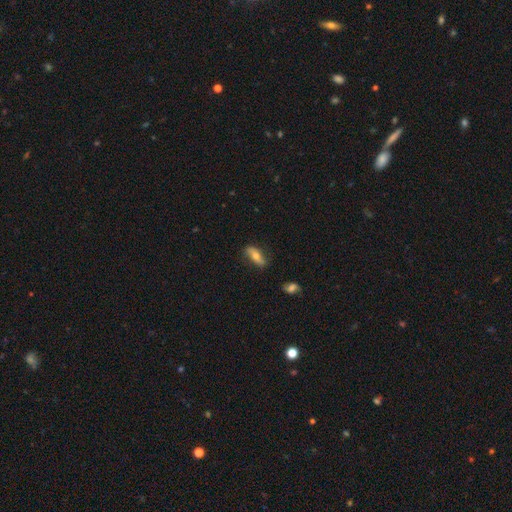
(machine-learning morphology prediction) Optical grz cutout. It shows a smooth galaxy with no disk features (54%) that is in between round and cigar-shaped (68%). Merging: none (77%).